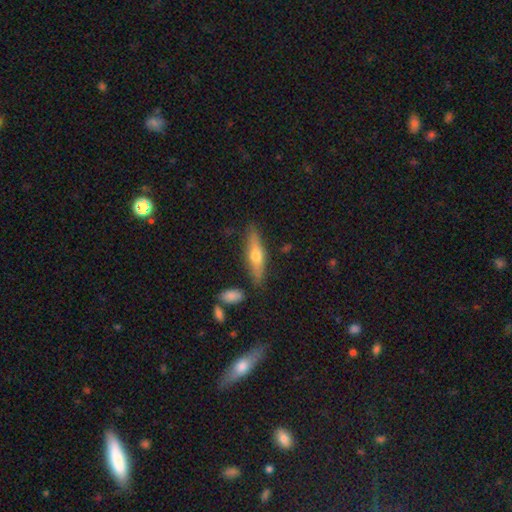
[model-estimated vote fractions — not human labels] Smooth or featured? Predicted: featured or disk (p=0.50). Edge-on disk? Predicted: yes (p=0.90). Merging? Predicted: none (p=0.83).